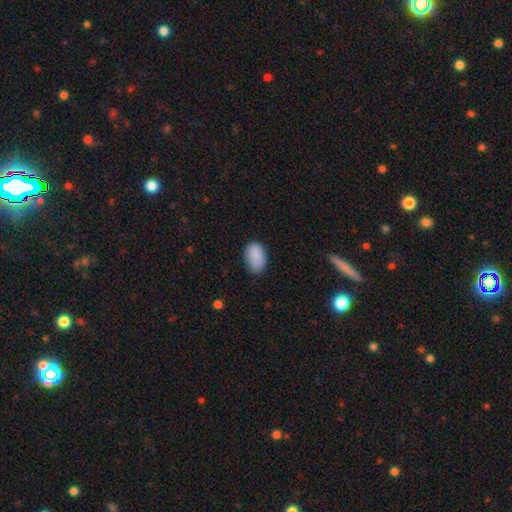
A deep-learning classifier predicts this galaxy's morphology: Smooth or featured?
  - smooth: 88% *
  - star or artifact: 7%
  - featured or disk: 4%
How rounded?
  - in between: 91% *
  - round: 7%
  - cigar-shaped: 1%
Merging?
  - none: 74% *
  - minor disturbance: 21%
  - major disturbance: 4%
  - merger: 1%